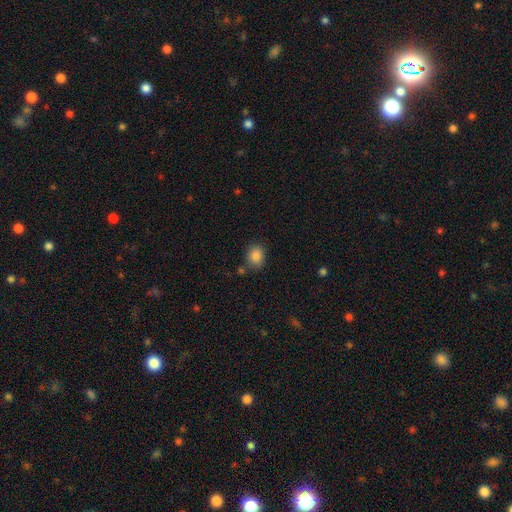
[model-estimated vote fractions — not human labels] A smooth galaxy with no disk features (86%) that is round (58%).

Vote fractions:
- Smooth or featured? smooth: 86% / star or artifact: 9% / featured or disk: 5%
- How rounded? round: 58% / in between: 41% / cigar-shaped: 1%
- Merging? none: 77% / minor disturbance: 13% / merger: 6% / major disturbance: 4%